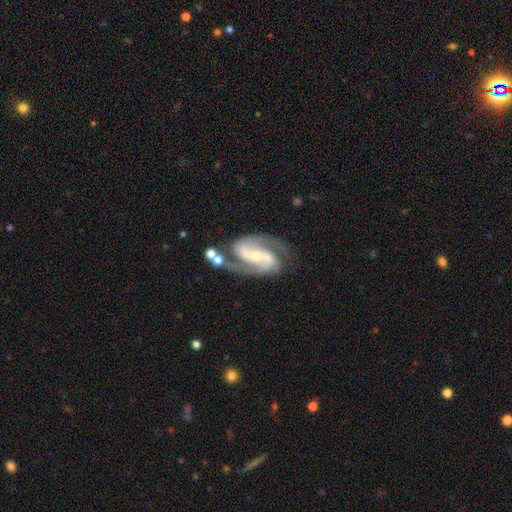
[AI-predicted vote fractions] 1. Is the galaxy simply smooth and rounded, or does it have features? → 91% featured or disk, 5% star or artifact, 4% smooth.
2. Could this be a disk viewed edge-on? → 97% no, 3% yes.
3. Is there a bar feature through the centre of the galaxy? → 41% strong, 34% weak, 25% no.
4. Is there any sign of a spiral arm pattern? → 98% yes, 2% no.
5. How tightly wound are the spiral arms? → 58% medium, 24% tight, 18% loose.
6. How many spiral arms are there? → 92% 2, 2% 3, 2% can't tell, 1% 1, 1% 4, 1% more than 4.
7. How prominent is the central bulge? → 56% small, 39% moderate, 2% large, 2% none, 1% dominant.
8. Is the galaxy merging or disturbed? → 67% none, 16% minor disturbance, 9% merger, 8% major disturbance.